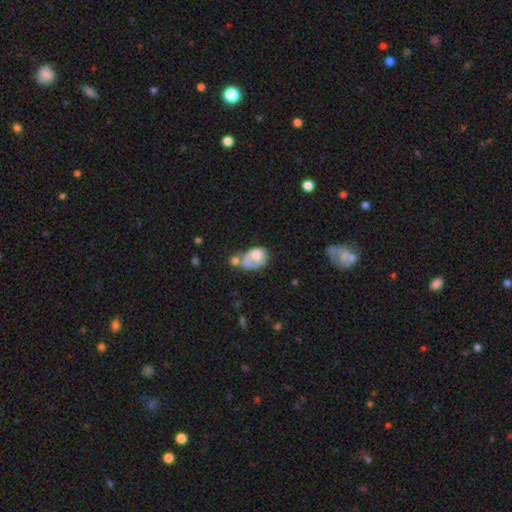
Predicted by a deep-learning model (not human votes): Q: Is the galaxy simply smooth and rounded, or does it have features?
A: smooth — 53%.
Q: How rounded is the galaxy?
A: in between — 73%.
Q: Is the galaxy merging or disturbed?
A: none — 28%, tied with merger.